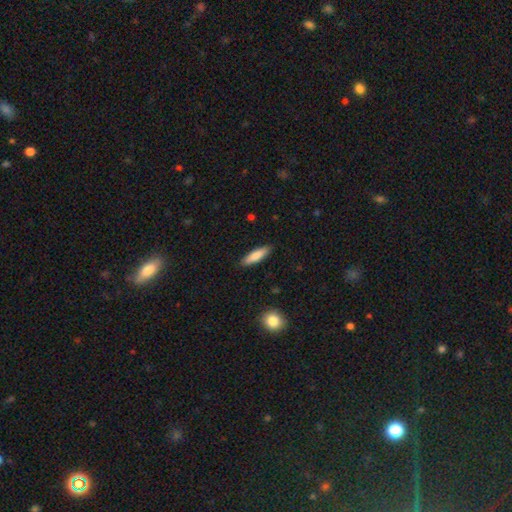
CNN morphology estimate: A smooth galaxy with no disk features (81%) that is cigar-shaped (65%).

Vote fractions:
- Smooth or featured? smooth: 81% / featured or disk: 13% / star or artifact: 6%
- How rounded? cigar-shaped: 65% / in between: 33% / round: 2%
- Merging? none: 89% / minor disturbance: 8% / major disturbance: 2% / merger: 1%